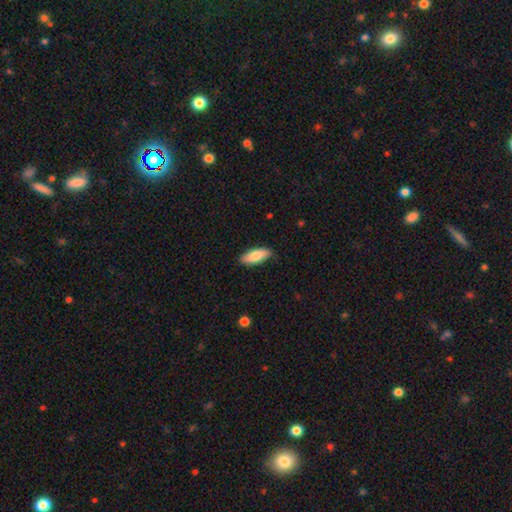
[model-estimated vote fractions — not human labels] Smooth or featured? smooth (82%)
How rounded? in between (76%)
Merging? none (85%)